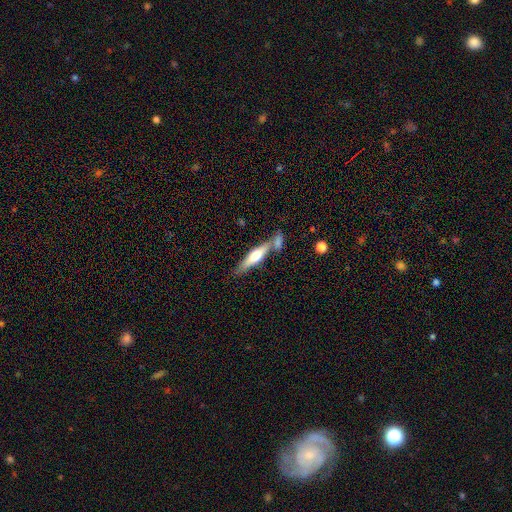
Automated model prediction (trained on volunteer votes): A featured or disk galaxy (50%) viewed edge-on (92%).

Vote fractions:
- Smooth or featured? featured or disk: 50% / smooth: 44% / star or artifact: 6%
- Edge-on disk? yes: 92% / no: 8%
- Merging? none: 58% / merger: 25% / minor disturbance: 12% / major disturbance: 4%